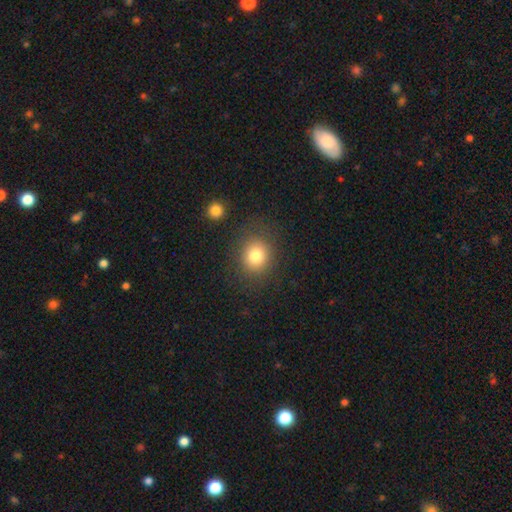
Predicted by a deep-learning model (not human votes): Smooth or featured? smooth (80%)
How rounded? round (71%)
Merging? none (81%)